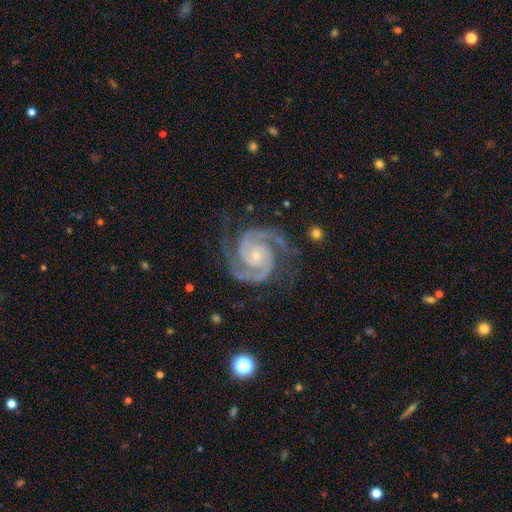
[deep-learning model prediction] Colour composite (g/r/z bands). It shows a featured or disk galaxy (94%) with no bar (67%), 2 (92%) tight (57%) spiral arms (99%) and a small central bulge (75%). Merging: none (79%).